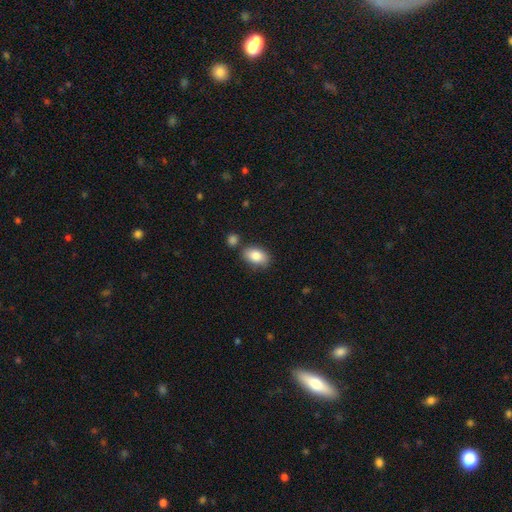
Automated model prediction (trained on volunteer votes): Overall: smooth (85%). How rounded: in between (90%). Merging: none (71%).